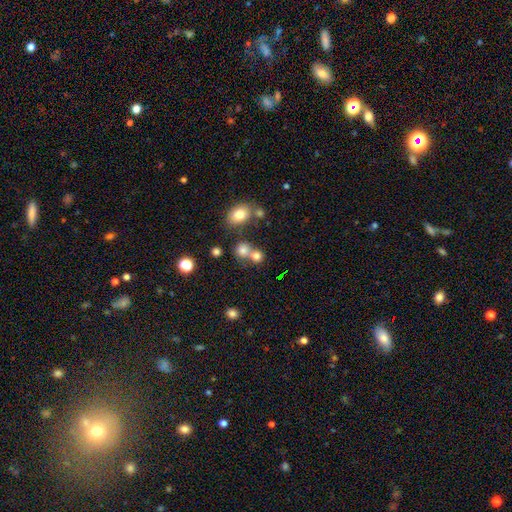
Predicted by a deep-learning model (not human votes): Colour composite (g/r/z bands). It shows a smooth galaxy with no disk features (76%) that is round (82%). Merging: none (47%).